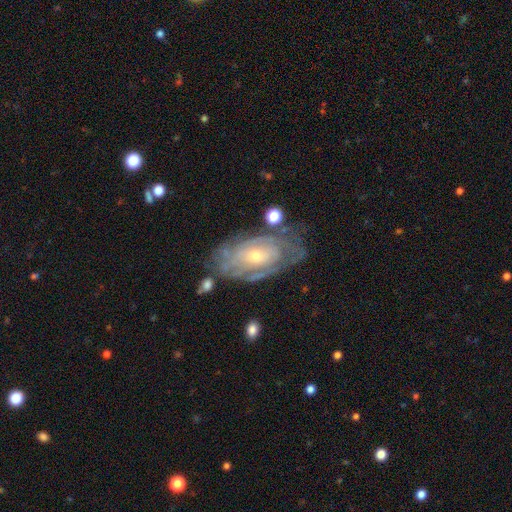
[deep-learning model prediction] Smooth or featured: featured or disk — 77% (smooth — 16%)
Edge-on disk: no — 93% (yes — 7%)
Bar: no — 73% (weak — 22%)
Spiral arms: yes — 80% (no — 20%)
Spiral winding: tight — 73% (medium — 20%)
Spiral arm count: can't tell — 64% (2 — 14%)
Bulge size: small — 65% (moderate — 31%)
Merging: none — 63% (minor disturbance — 22%)